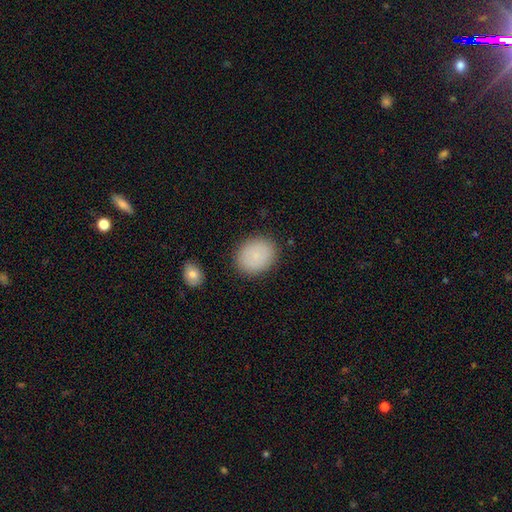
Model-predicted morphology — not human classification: Q: Smooth or featured?
A: smooth (83%); runner-up: featured or disk (10%)
Q: How rounded?
A: round (58%); runner-up: in between (41%)
Q: Merging?
A: none (87%); runner-up: minor disturbance (9%)